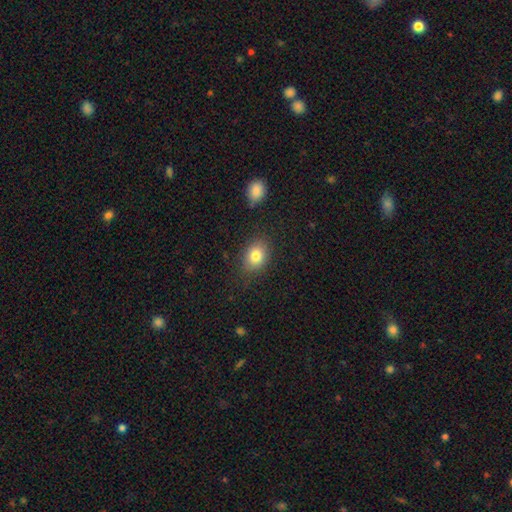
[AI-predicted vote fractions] A smooth galaxy with no disk features (80%) that is in between round and cigar-shaped (61%).

Vote fractions:
- Smooth or featured? smooth: 80% / featured or disk: 10% / star or artifact: 10%
- How rounded? in between: 61% / round: 38% / cigar-shaped: 1%
- Merging? none: 81% / minor disturbance: 13% / major disturbance: 4% / merger: 2%